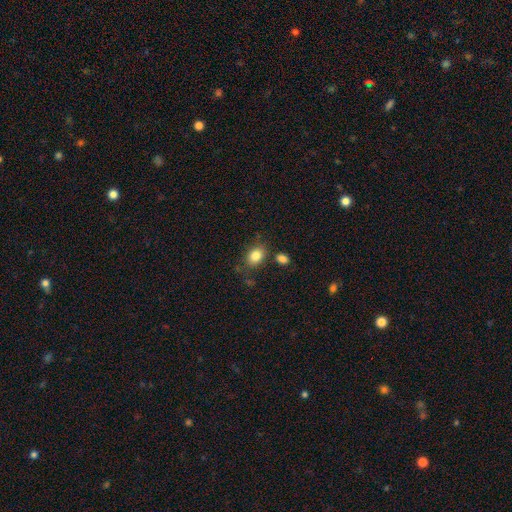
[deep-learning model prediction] Smooth or featured? smooth (83%)
How rounded? in between (67%)
Merging? none (74%)